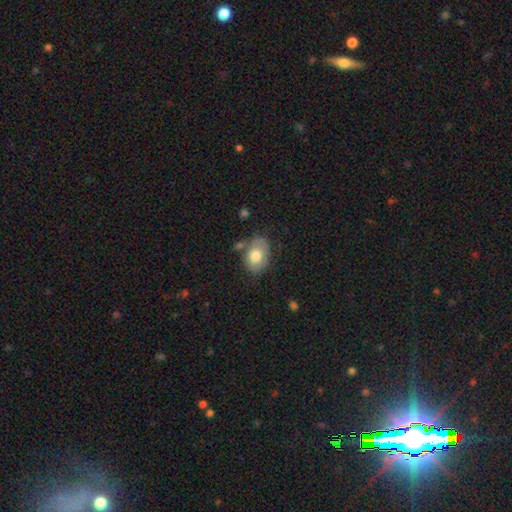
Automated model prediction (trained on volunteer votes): Smooth or featured?
  - smooth: 74% *
  - featured or disk: 19%
  - star or artifact: 7%
How rounded?
  - in between: 78% *
  - round: 21%
  - cigar-shaped: 1%
Merging?
  - none: 60% *
  - minor disturbance: 24%
  - merger: 8%
  - major disturbance: 7%